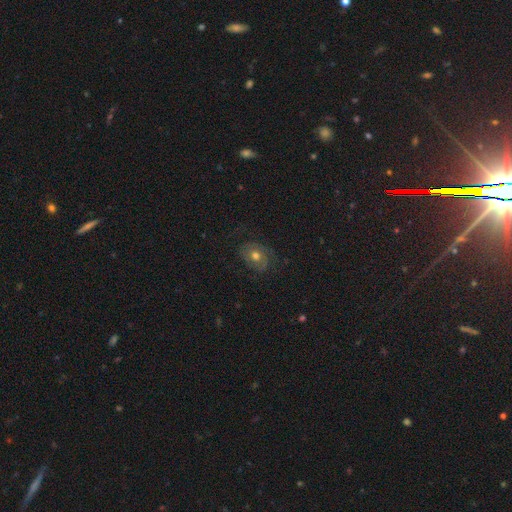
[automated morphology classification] Smooth or featured?
  - featured or disk: 57% *
  - smooth: 33%
  - star or artifact: 11%
Edge-on disk?
  - no: 96% *
  - yes: 4%
Bar?
  - no: 83% *
  - weak: 14%
  - strong: 3%
Spiral arms?
  - yes: 72% *
  - no: 28%
Bulge size?
  - moderate: 76% *
  - small: 15%
  - large: 7%
  - none: 1%
  - dominant: 1%
Merging?
  - none: 71% *
  - minor disturbance: 18%
  - major disturbance: 10%
  - merger: 1%